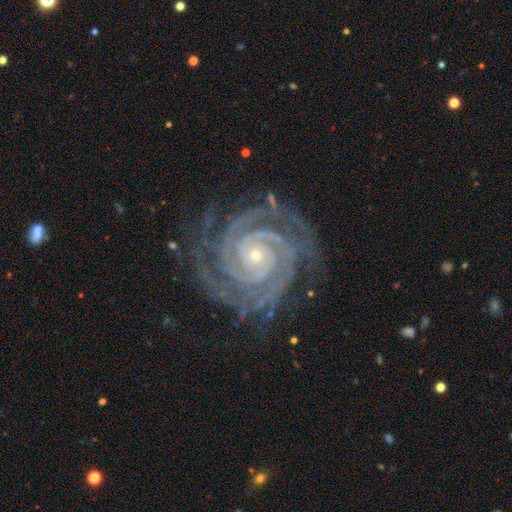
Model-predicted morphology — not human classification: Q: Smooth or featured?
A: featured or disk (94%); runner-up: star or artifact (4%)
Q: Edge-on disk?
A: no (98%); runner-up: yes (2%)
Q: Bar?
A: no (72%); runner-up: weak (16%)
Q: Spiral arms?
A: yes (99%); runner-up: no (1%)
Q: Spiral winding?
A: tight (86%); runner-up: medium (12%)
Q: Spiral arm count?
A: 2 (39%); runner-up: 3 (21%)
Q: Bulge size?
A: small (79%); runner-up: moderate (17%)
Q: Merging?
A: none (79%); runner-up: minor disturbance (15%)